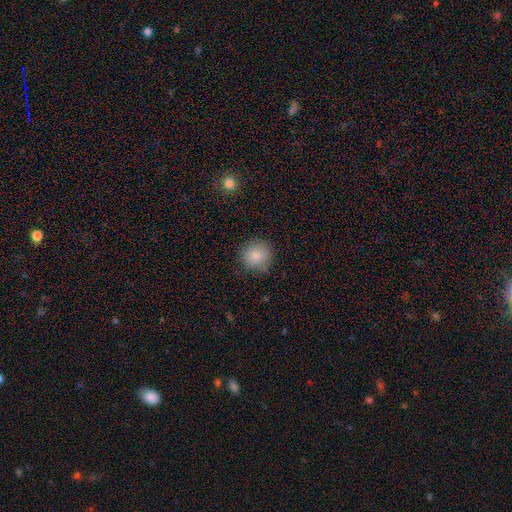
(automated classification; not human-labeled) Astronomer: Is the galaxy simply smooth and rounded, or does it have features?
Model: smooth — 87%.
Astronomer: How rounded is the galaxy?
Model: round — 90%.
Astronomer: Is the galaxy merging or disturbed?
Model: none — 84%.